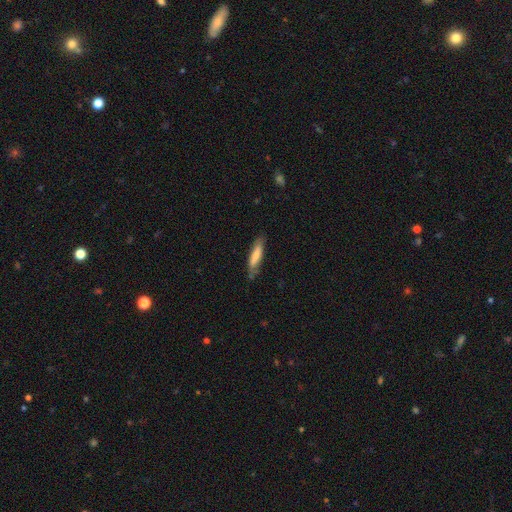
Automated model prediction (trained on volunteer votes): This appears to be a smooth galaxy with no disk features (73%) that is cigar-shaped (82%). Merging: none (74%).